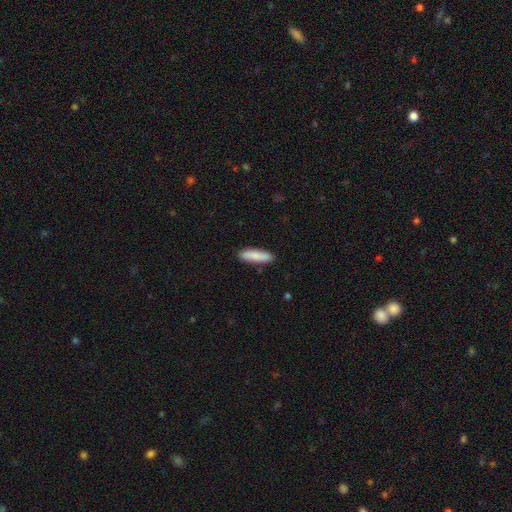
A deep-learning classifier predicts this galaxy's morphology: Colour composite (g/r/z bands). It shows a smooth galaxy with no disk features (83%) that is cigar-shaped (63%). Merging: none (88%).